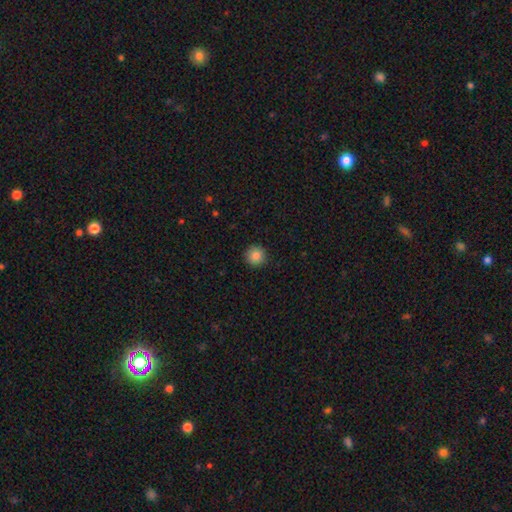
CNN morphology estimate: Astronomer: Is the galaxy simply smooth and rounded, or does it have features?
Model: smooth — 85%.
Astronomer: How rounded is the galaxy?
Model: round — 95%.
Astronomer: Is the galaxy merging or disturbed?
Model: none — 92%.